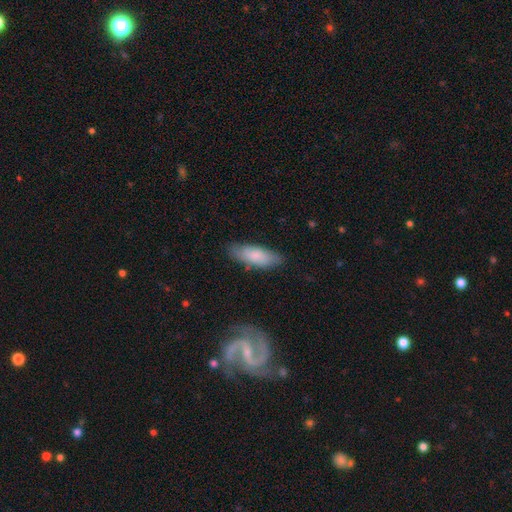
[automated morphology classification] A smooth galaxy with no disk features (79%) that is in between round and cigar-shaped (62%). Merging: none (80%).